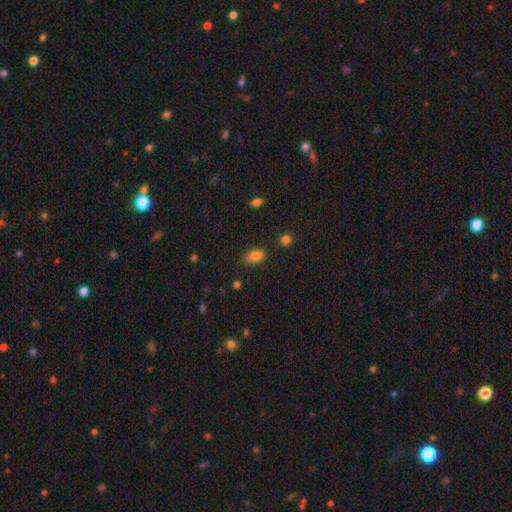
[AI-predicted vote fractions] smooth 83%, star or artifact 10%, featured or disk 7%. Down the decision tree: how rounded — in between (88%); merging — none (74%).